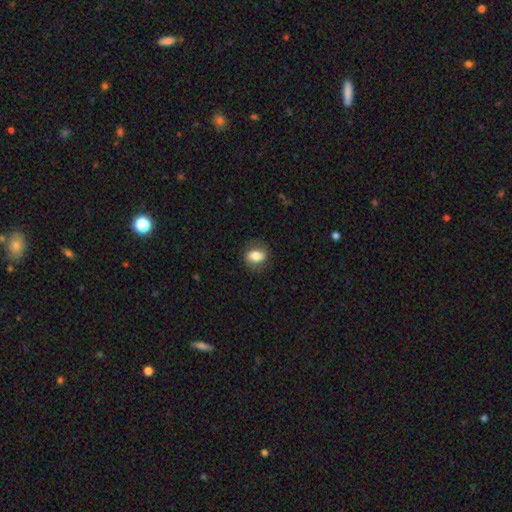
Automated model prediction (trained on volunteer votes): This appears to be a smooth galaxy with no disk features (70%) that is in between round and cigar-shaped (69%). Merging: none (77%).